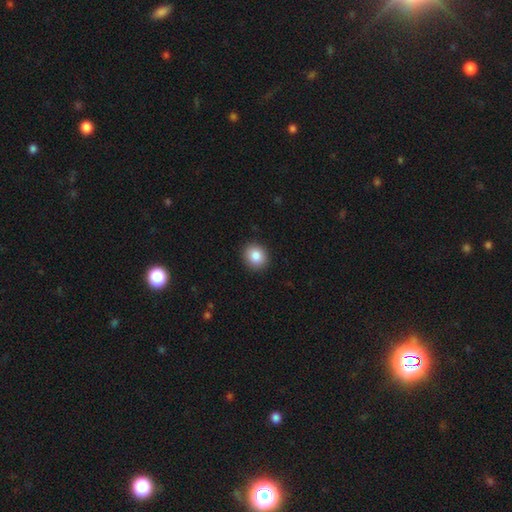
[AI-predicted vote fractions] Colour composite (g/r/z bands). It shows a smooth galaxy with no disk features (86%) that is round (76%). Merging: none (91%).